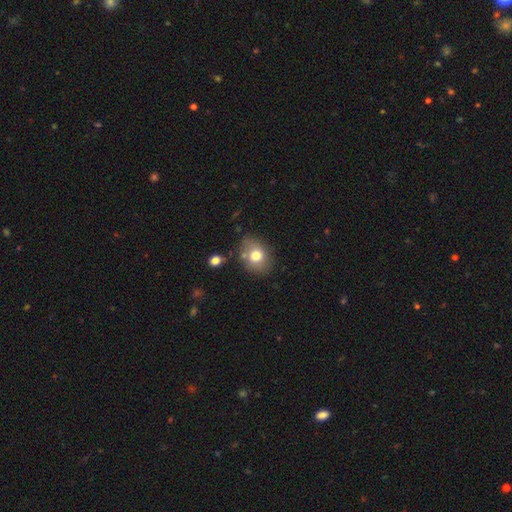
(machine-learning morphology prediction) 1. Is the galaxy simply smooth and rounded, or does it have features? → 74% smooth, 16% featured or disk, 10% star or artifact.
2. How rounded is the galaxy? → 58% in between, 41% round, 1% cigar-shaped.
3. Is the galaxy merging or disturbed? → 70% none, 18% minor disturbance, 7% merger, 5% major disturbance.